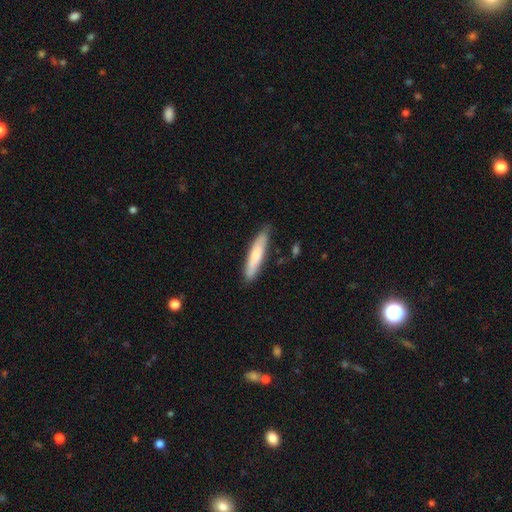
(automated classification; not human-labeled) This appears to be a smooth galaxy with no disk features (73%) that is cigar-shaped (87%). Merging: none (82%).